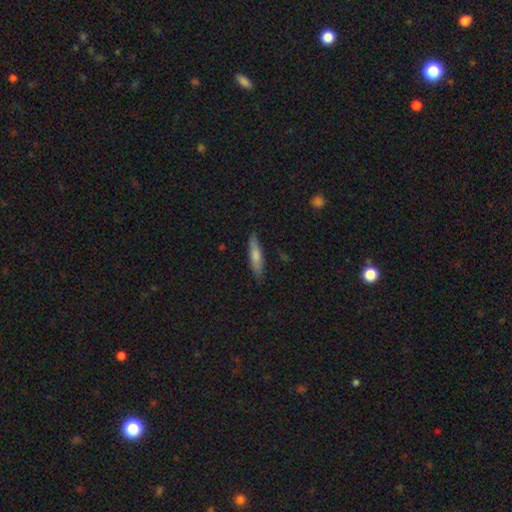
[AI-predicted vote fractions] Morphology: type=smooth (74%); roundness=cigar-shaped (78%); merging=none (84%).